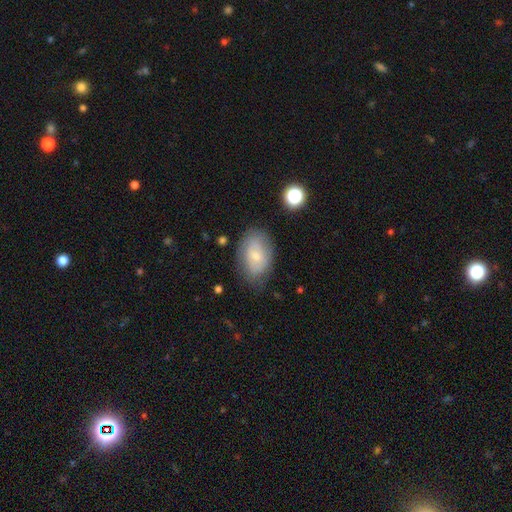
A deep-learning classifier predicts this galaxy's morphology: Smooth or featured? smooth (64%)
How rounded? in between (87%)
Merging? none (67%)